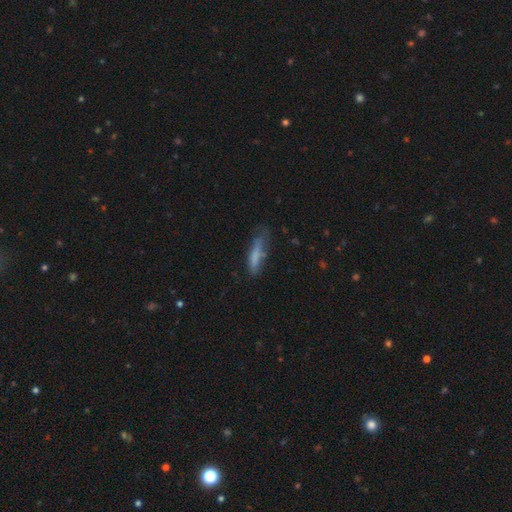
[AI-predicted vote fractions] Overall: smooth (72%). How rounded: cigar-shaped (76%). Merging: none (49%; minor disturbance 32%).